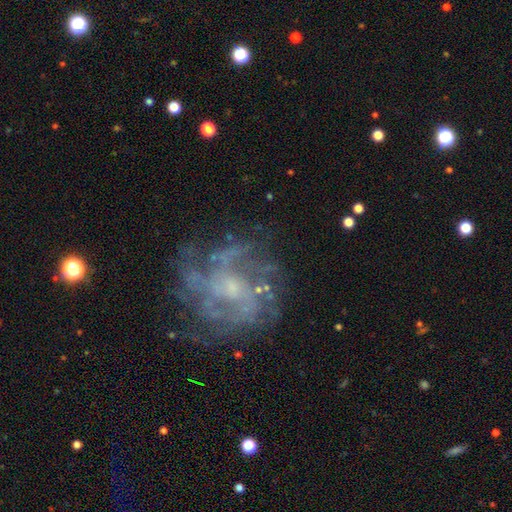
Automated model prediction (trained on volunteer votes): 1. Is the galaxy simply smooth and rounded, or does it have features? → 75% featured or disk, 15% star or artifact, 10% smooth.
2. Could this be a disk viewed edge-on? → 97% no, 3% yes.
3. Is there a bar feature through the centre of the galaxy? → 66% no, 27% weak, 6% strong.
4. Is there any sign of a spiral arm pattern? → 83% yes, 17% no.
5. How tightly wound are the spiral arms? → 49% tight, 35% medium, 15% loose.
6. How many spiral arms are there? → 43% can't tell, 16% more than 4, 15% 4, 10% 3, 9% 2, 7% 1.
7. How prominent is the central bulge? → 60% small, 25% moderate, 11% none, 2% large, 1% dominant.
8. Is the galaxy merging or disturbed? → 75% none, 13% minor disturbance, 10% major disturbance, 2% merger.